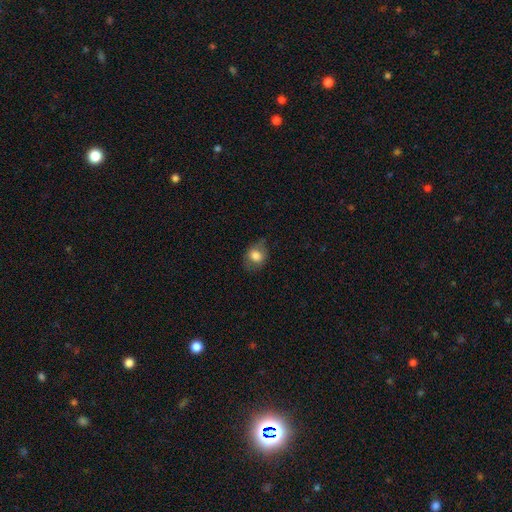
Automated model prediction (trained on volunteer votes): This appears to be a smooth galaxy with no disk features (76%) that is in between round and cigar-shaped (50%). Merging: none (68%).